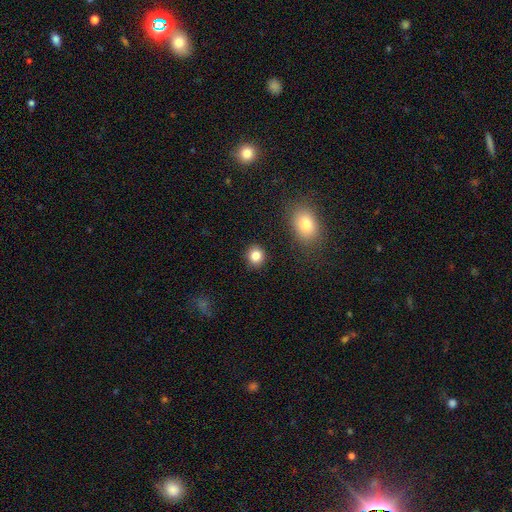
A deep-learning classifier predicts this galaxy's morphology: Smooth or featured? Predicted: smooth (p=0.84). How rounded? Predicted: round (p=0.81). Merging? Predicted: none (p=0.89).